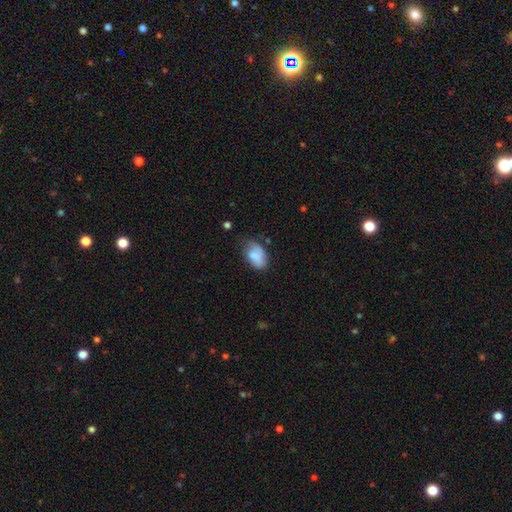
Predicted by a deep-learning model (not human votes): Smooth or featured? smooth (78%)
How rounded? in between (89%)
Merging? none (45%)